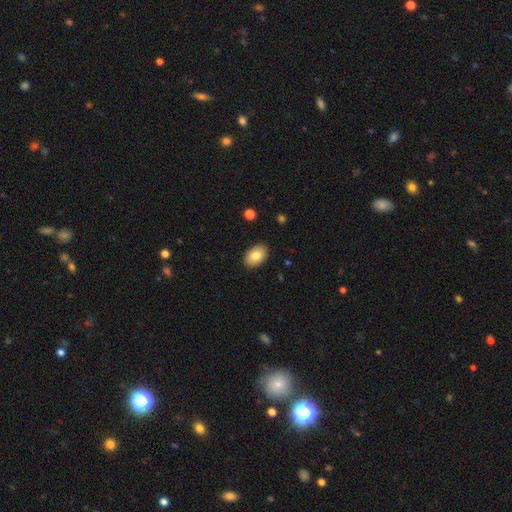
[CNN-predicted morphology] Q: Smooth or featured?
A: smooth (82%); runner-up: featured or disk (11%)
Q: How rounded?
A: in between (89%); runner-up: round (10%)
Q: Merging?
A: none (89%); runner-up: minor disturbance (8%)